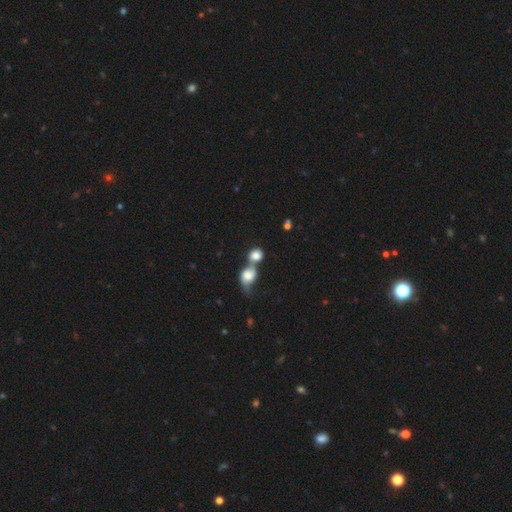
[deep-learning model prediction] A smooth galaxy with no disk features (78%) that is round (70%). Merging: merger (66%).